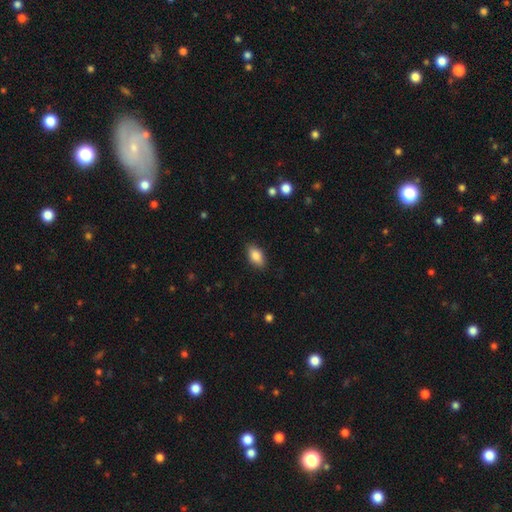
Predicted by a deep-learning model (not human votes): Overall: smooth (84%). How rounded: in between (90%). Merging: none (87%).